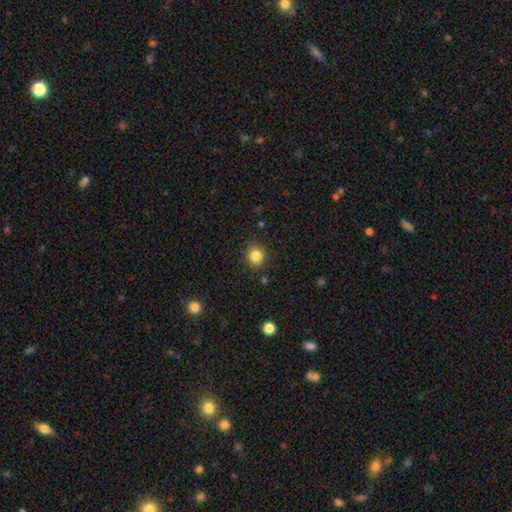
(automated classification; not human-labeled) Smooth or featured: smooth — 84% (star or artifact — 12%)
How rounded: round — 90% (in between — 9%)
Merging: none — 88% (minor disturbance — 8%)